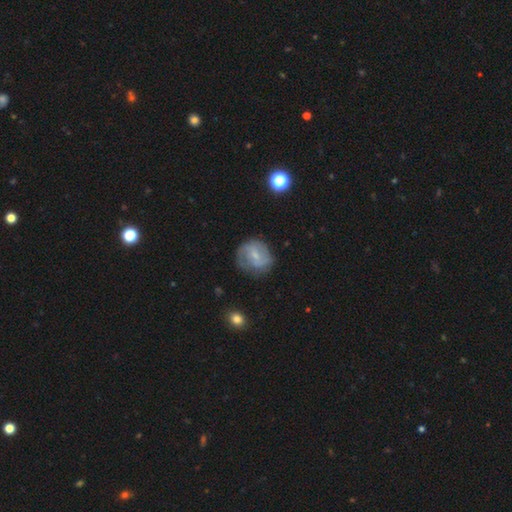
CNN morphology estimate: Smooth or featured: featured or disk — 54% (smooth — 38%)
Edge-on disk: no — 97% (yes — 3%)
Bar: weak — 51% (no — 34%)
Spiral arms: yes — 74% (no — 26%)
Bulge size: small — 61% (moderate — 26%)
Merging: none — 66% (minor disturbance — 22%)